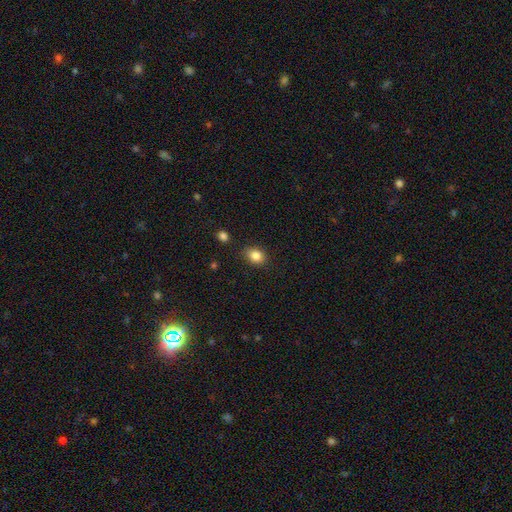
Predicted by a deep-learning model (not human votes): Q: Smooth or featured?
A: smooth (84%); runner-up: star or artifact (10%)
Q: How rounded?
A: in between (52%); runner-up: round (47%)
Q: Merging?
A: none (81%); runner-up: minor disturbance (14%)